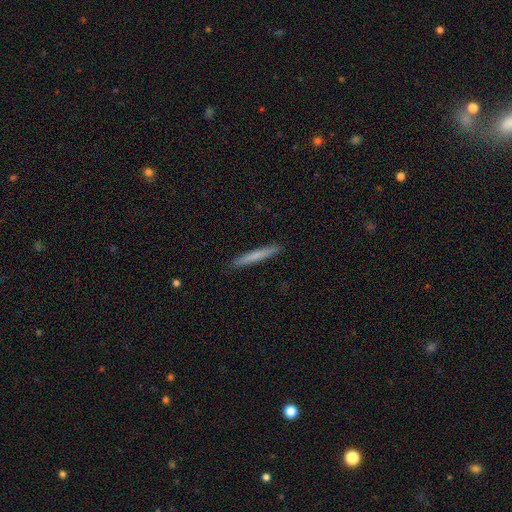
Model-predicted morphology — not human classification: A smooth galaxy with no disk features (71%) that is cigar-shaped (97%). Merging: none (92%).